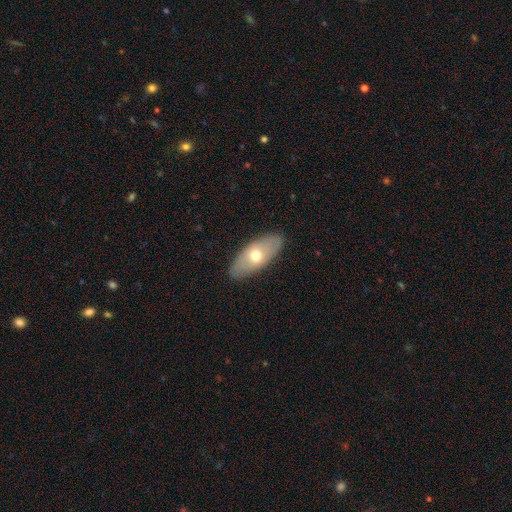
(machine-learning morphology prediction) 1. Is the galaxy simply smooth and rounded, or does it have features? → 58% smooth, 36% featured or disk, 6% star or artifact.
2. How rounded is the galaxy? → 86% in between, 10% cigar-shaped, 4% round.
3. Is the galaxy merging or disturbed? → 86% none, 11% minor disturbance, 2% major disturbance, 1% merger.